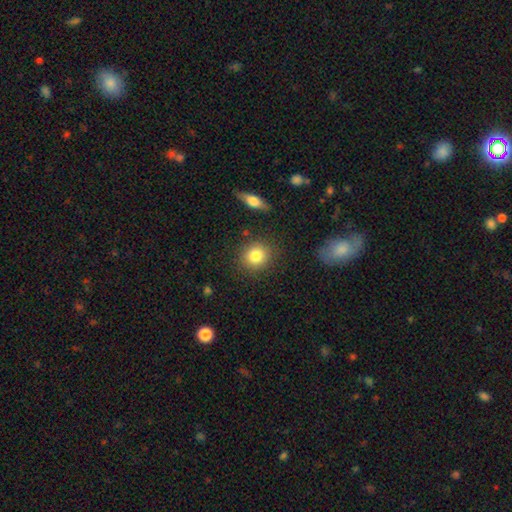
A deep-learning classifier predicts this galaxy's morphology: Smooth or featured?
  - smooth: 82% *
  - star or artifact: 9%
  - featured or disk: 9%
How rounded?
  - round: 85% *
  - in between: 14%
  - cigar-shaped: 1%
Merging?
  - none: 85% *
  - minor disturbance: 9%
  - merger: 3%
  - major disturbance: 3%